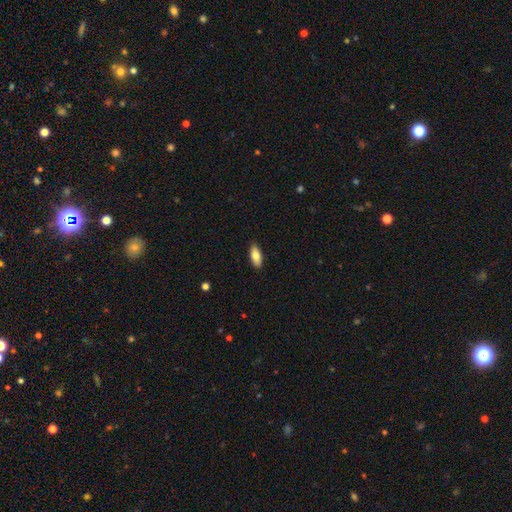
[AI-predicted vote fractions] smooth_or_featured: smooth (p=0.82) [alt: featured or disk p=0.12]
how_rounded: in between (p=0.83) [alt: cigar-shaped p=0.15]
merging: none (p=0.89) [alt: minor disturbance p=0.08]